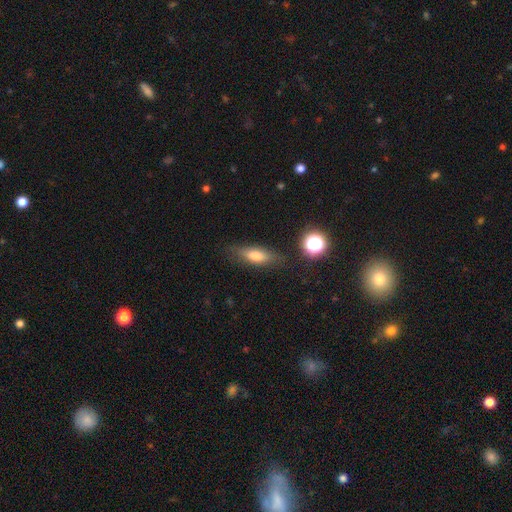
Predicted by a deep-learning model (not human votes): smooth_or_featured: smooth (p=0.69) [alt: featured or disk p=0.20]
how_rounded: in between (p=0.57) [alt: cigar-shaped p=0.38]
merging: none (p=0.77) [alt: minor disturbance p=0.15]